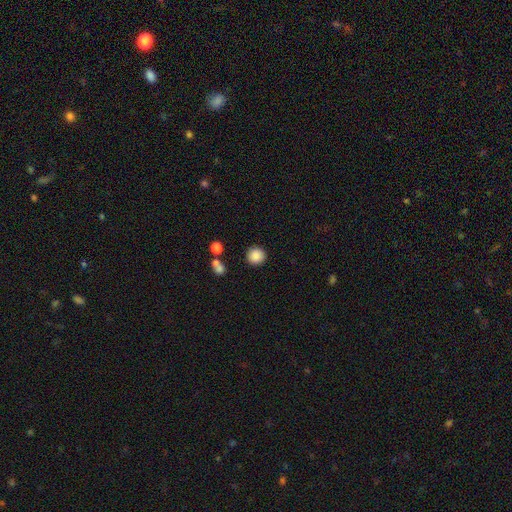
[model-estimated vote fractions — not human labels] Overall: smooth (87%). How rounded: round (93%). Merging: none (87%).